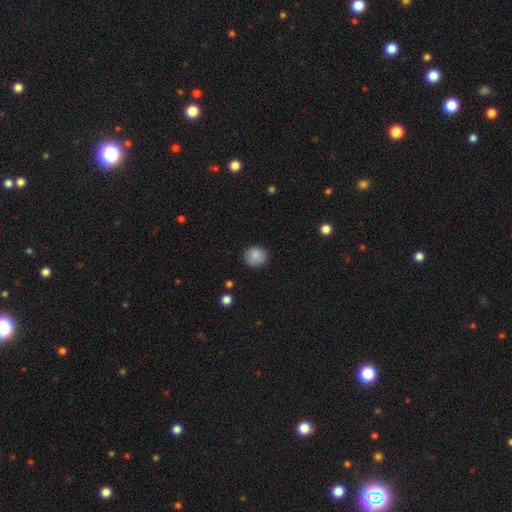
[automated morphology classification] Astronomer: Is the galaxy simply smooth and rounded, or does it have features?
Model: smooth — 85%.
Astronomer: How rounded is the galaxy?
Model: round — 83%.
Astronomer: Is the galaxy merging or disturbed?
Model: none — 83%.